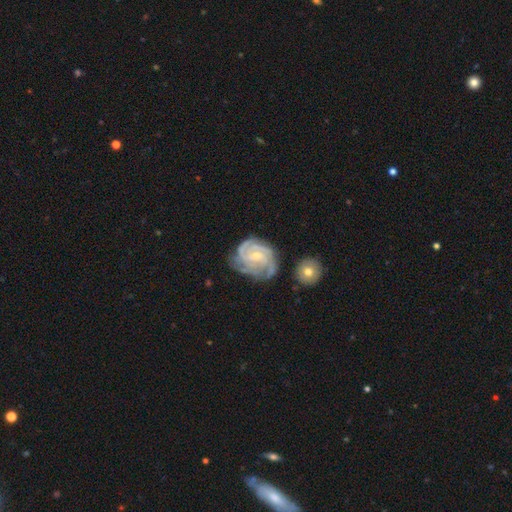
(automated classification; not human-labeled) The model was most divided on "spiral arm count": 3: 32%, 4: 29%, can't tell: 18%, 2: 11%, more than 4: 6%, 1: 5%. More confident: edge-on disk — no (98%); spiral arms — yes (98%); smooth or featured — featured or disk (89%); spiral winding — tight (70%); merging — none (64%); bulge size — small (63%); bar — no (54%).